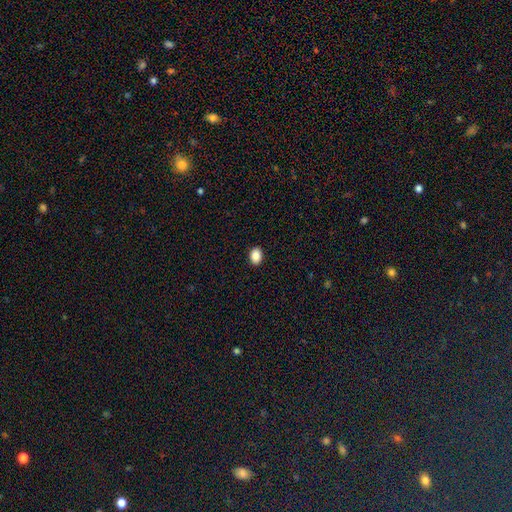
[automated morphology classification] A smooth galaxy with no disk features (89%) that is in between round and cigar-shaped (75%). Merging: none (91%).